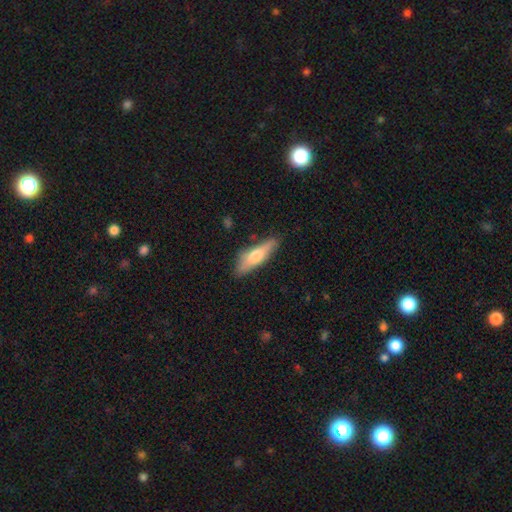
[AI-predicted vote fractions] A smooth galaxy with no disk features (58%) that is cigar-shaped (62%).

Vote fractions:
- Smooth or featured? smooth: 58% / featured or disk: 36% / star or artifact: 6%
- How rounded? cigar-shaped: 62% / in between: 35% / round: 2%
- Merging? none: 78% / minor disturbance: 16% / major disturbance: 3% / merger: 2%